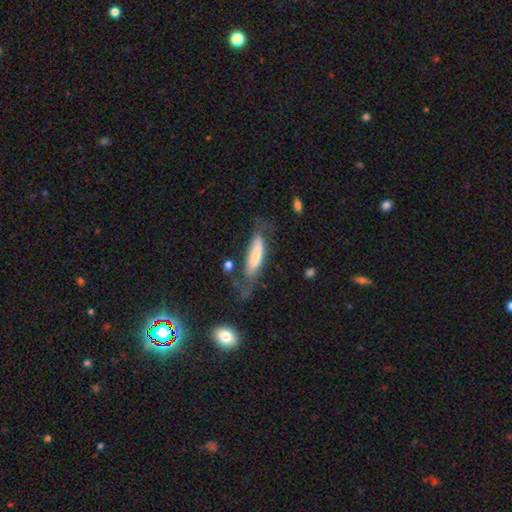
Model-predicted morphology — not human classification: Smooth or featured: smooth — 64% (featured or disk — 30%)
How rounded: cigar-shaped — 64% (in between — 34%)
Merging: none — 41% (minor disturbance — 27%)